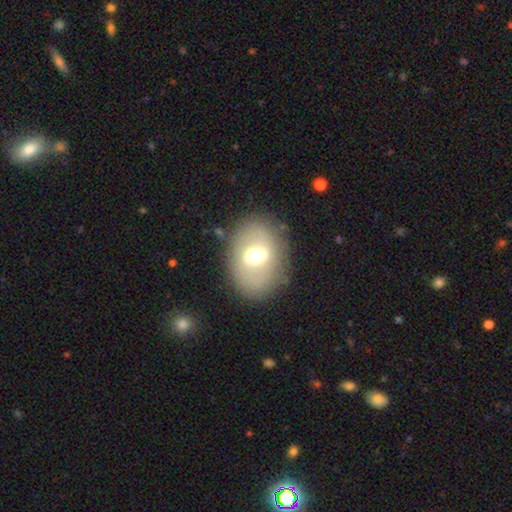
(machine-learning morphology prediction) Smooth or featured: smooth — 46% (featured or disk — 45%)
Merging: none — 80% (minor disturbance — 12%)